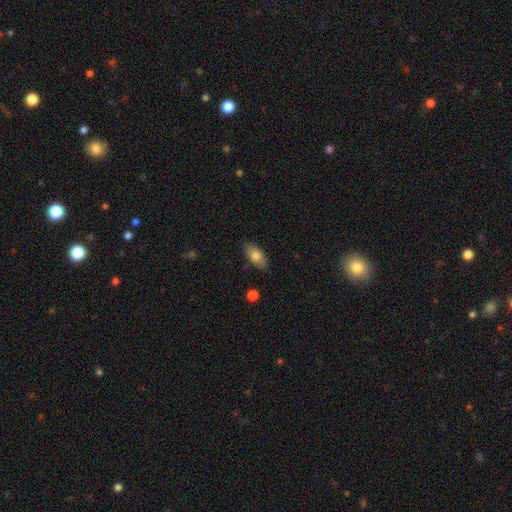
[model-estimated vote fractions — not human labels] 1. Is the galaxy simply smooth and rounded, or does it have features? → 76% smooth, 17% featured or disk, 7% star or artifact.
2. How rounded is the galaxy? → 89% in between, 7% cigar-shaped, 4% round.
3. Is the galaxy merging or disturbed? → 84% none, 12% minor disturbance, 2% major disturbance, 2% merger.